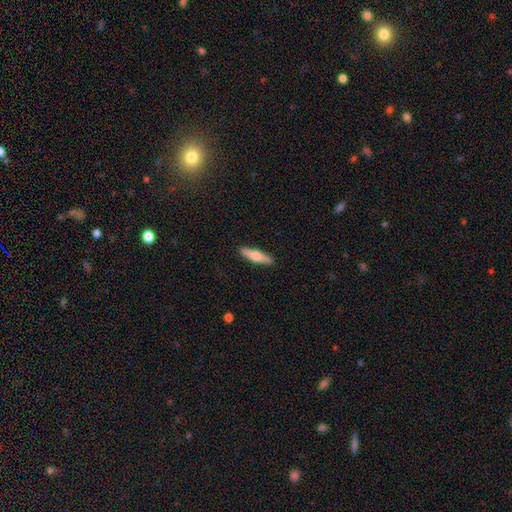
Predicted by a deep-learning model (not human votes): smooth_or_featured: smooth (p=0.55) [alt: featured or disk p=0.39]
how_rounded: cigar-shaped (p=0.75) [alt: in between p=0.23]
merging: none (p=0.90) [alt: minor disturbance p=0.07]